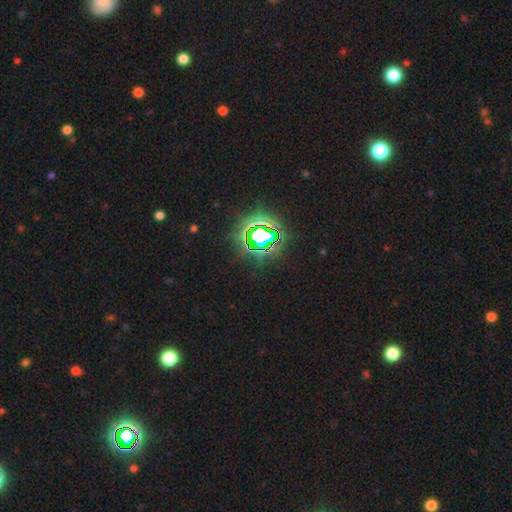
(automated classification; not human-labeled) smooth_or_featured: star or artifact (p=0.82) [alt: smooth p=0.11]